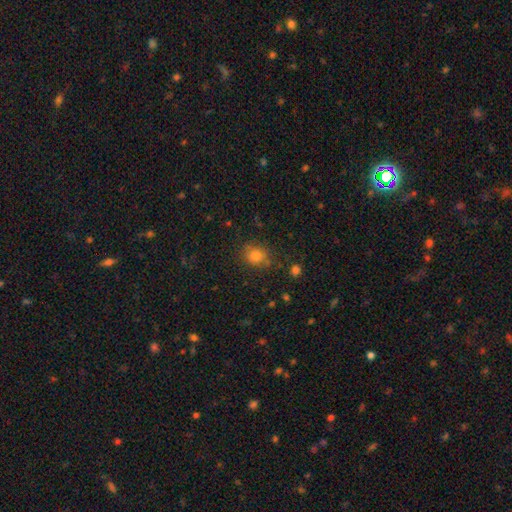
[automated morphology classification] A smooth galaxy with no disk features (78%) that is round (69%). Merging: none (78%).